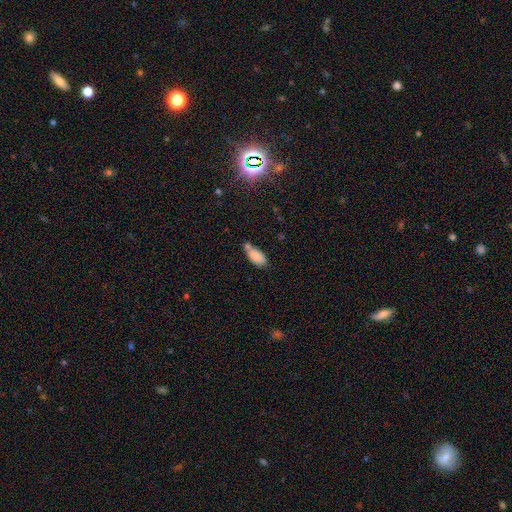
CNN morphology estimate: smooth_or_featured: smooth (p=0.84) [alt: star or artifact p=0.08]
how_rounded: in between (p=0.89) [alt: cigar-shaped p=0.08]
merging: none (p=0.48) [alt: merger p=0.26]